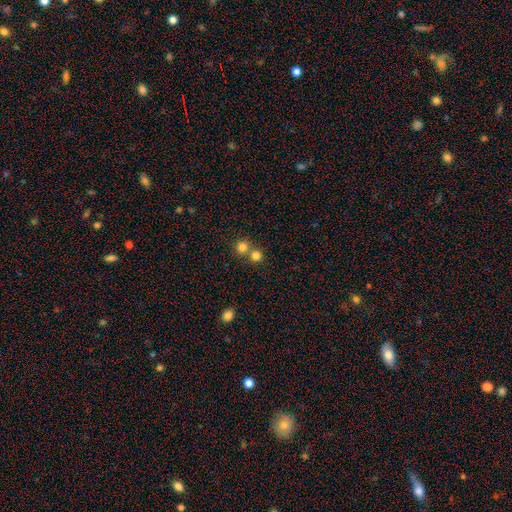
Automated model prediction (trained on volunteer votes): This is likely a smooth galaxy (80%). How rounded: clearly round (91%). Merging: possibly none (54%).